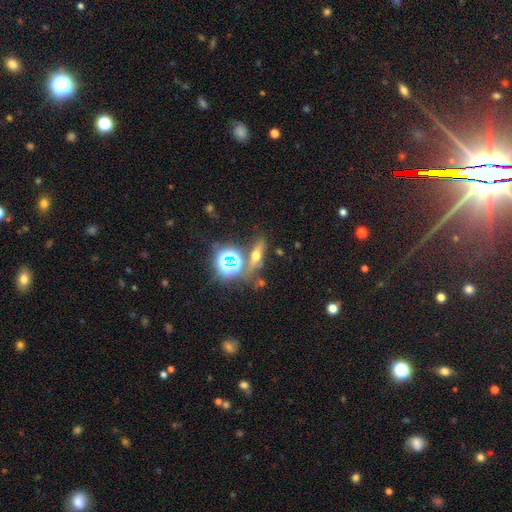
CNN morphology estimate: smooth-or-featured: featured or disk: 37% | star or artifact: 32% | smooth: 31%
  merging: none: 73% | minor disturbance: 11% | merger: 11% | major disturbance: 5%